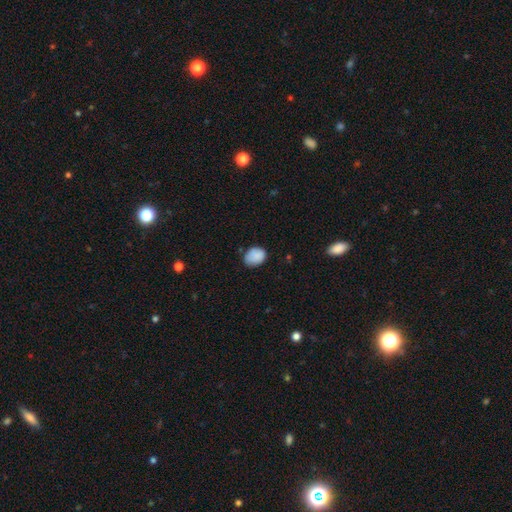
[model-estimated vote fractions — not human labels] Smooth or featured? smooth (86%)
How rounded? in between (58%)
Merging? none (68%)